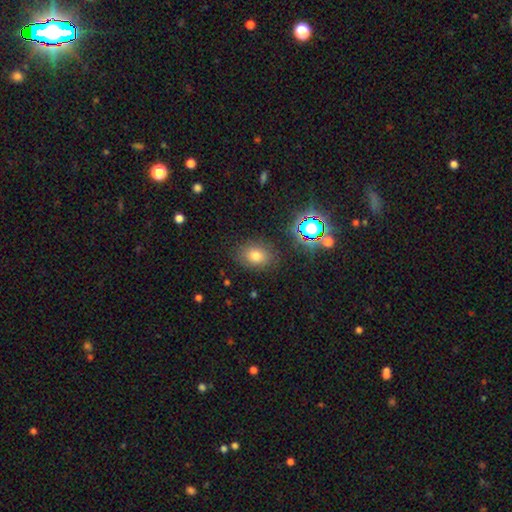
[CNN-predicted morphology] smooth-or-featured: smooth: 72% | star or artifact: 18% | featured or disk: 10%
  how-rounded: in between: 62% | round: 37% | cigar-shaped: 1%
  merging: none: 83% | minor disturbance: 11% | major disturbance: 4% | merger: 2%